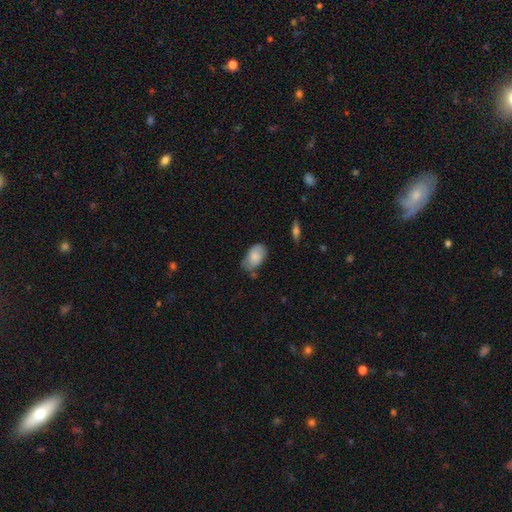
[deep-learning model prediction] Overall: smooth (81%). How rounded: in between (92%). Merging: none (56%; minor disturbance 33%).